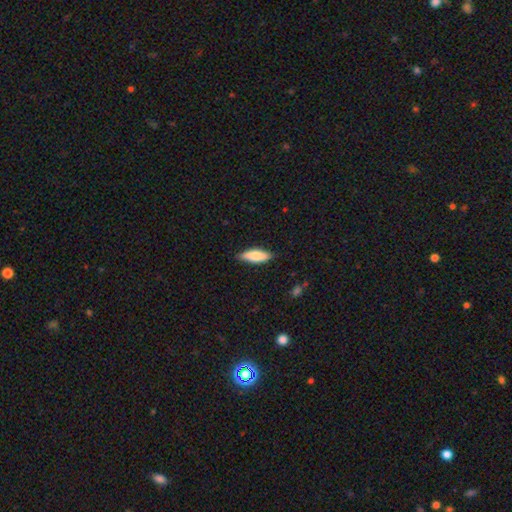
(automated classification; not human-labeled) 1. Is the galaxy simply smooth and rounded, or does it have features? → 81% smooth, 14% featured or disk, 6% star or artifact.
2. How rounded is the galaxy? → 54% in between, 45% cigar-shaped, 2% round.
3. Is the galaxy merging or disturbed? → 84% none, 13% minor disturbance, 2% major disturbance, 1% merger.